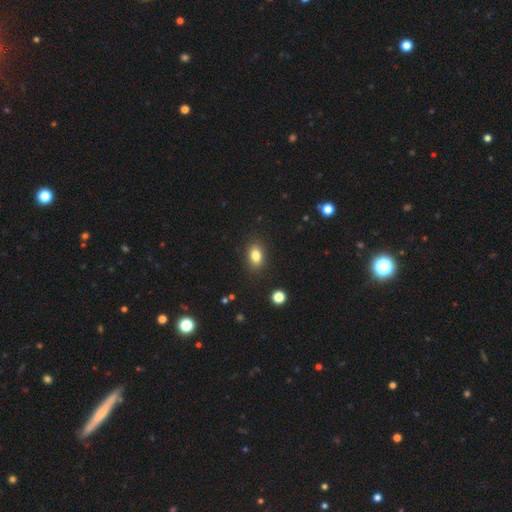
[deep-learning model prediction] Morphology: type=smooth (83%); roundness=in between (81%); merging=none (86%).